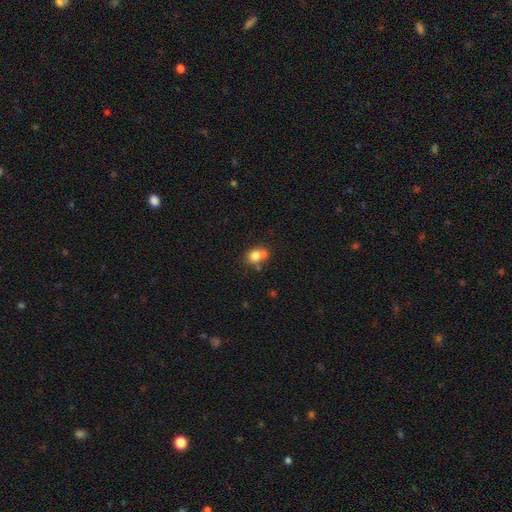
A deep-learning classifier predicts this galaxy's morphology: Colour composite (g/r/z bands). It shows a smooth galaxy with no disk features (77%) that is round (60%). Merging: none (45%).